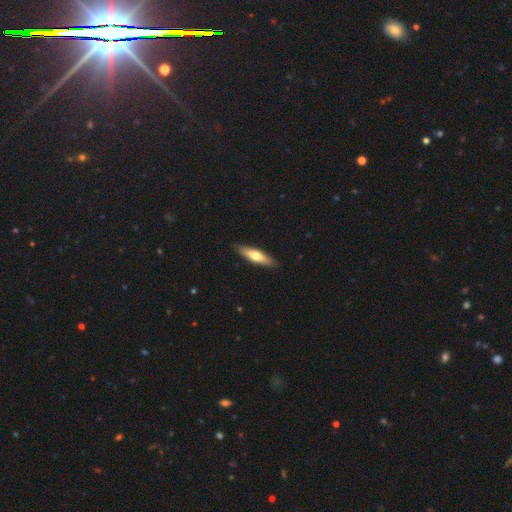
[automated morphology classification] The model was most divided on "smooth or featured": smooth: 58%, featured or disk: 37%, star or artifact: 5%. More confident: merging — none (89%); how rounded — cigar-shaped (65%).